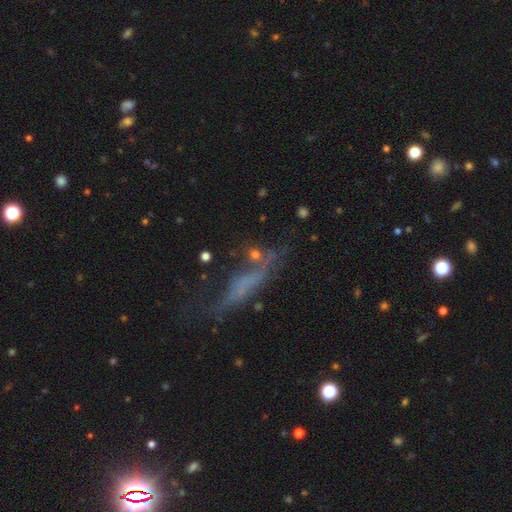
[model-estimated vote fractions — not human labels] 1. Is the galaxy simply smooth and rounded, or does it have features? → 42% smooth, 39% featured or disk, 20% star or artifact.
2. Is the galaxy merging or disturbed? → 45% none, 22% major disturbance, 21% minor disturbance, 12% merger.